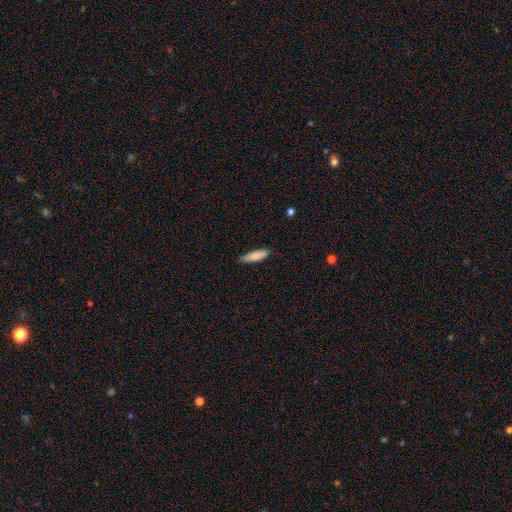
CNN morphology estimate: A smooth galaxy with no disk features (84%) that is cigar-shaped (69%).

Vote fractions:
- Smooth or featured? smooth: 84% / featured or disk: 10% / star or artifact: 6%
- How rounded? cigar-shaped: 69% / in between: 29% / round: 1%
- Merging? none: 83% / minor disturbance: 14% / major disturbance: 2% / merger: 1%